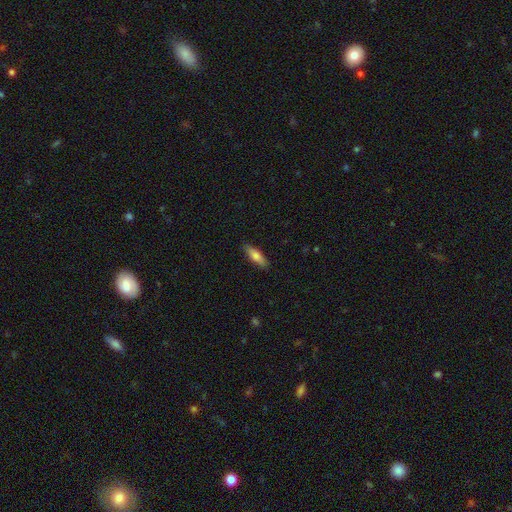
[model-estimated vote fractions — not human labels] Q: Smooth or featured?
A: smooth (74%); runner-up: featured or disk (20%)
Q: How rounded?
A: cigar-shaped (53%); runner-up: in between (45%)
Q: Merging?
A: none (87%); runner-up: minor disturbance (10%)